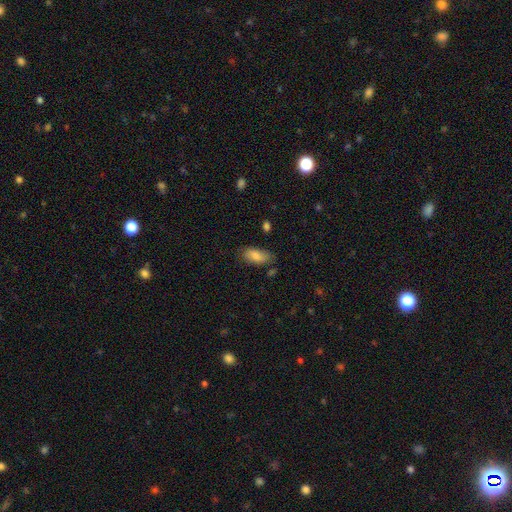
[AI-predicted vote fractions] Smooth or featured: smooth — 82% (featured or disk — 11%)
How rounded: in between — 89% (cigar-shaped — 8%)
Merging: none — 73% (minor disturbance — 20%)